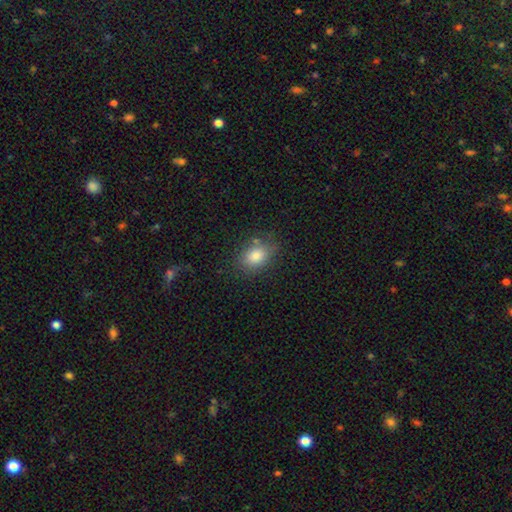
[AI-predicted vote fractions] smooth 83%, star or artifact 10%, featured or disk 7%. Down the decision tree: how rounded — in between (75%); merging — none (76%).